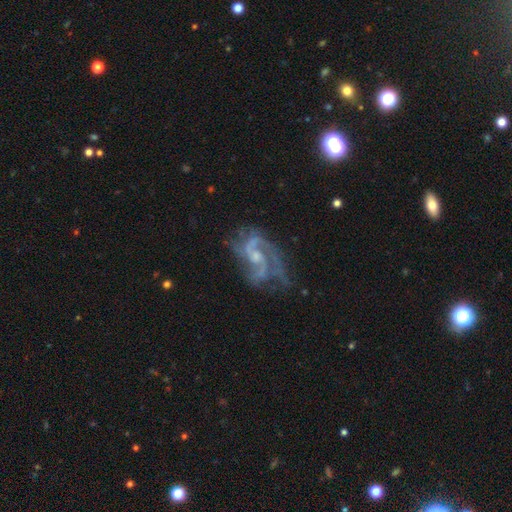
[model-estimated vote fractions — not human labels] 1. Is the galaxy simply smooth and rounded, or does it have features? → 85% featured or disk, 9% star or artifact, 6% smooth.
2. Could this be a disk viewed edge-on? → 97% no, 3% yes.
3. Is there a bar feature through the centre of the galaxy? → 45% weak, 44% no, 11% strong.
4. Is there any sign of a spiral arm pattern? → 94% yes, 6% no.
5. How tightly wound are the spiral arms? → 47% medium, 36% loose, 17% tight.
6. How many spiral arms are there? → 58% 2, 15% 3, 13% can't tell, 6% 1, 4% 4, 4% more than 4.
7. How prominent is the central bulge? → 53% small, 33% moderate, 11% none, 2% large, 1% dominant.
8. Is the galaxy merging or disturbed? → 51% none, 24% major disturbance, 20% minor disturbance, 4% merger.